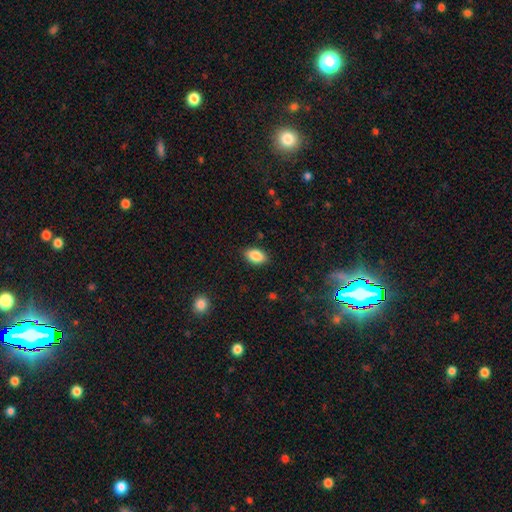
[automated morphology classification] This is clearly a smooth galaxy (87%). How rounded: clearly in between (91%). Merging: clearly none (87%).